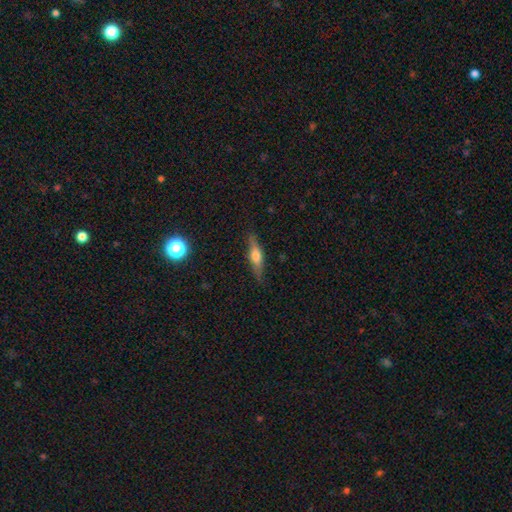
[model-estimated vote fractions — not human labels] smooth-or-featured: featured or disk: 50% | smooth: 43% | star or artifact: 7%
  merging: none: 85% | minor disturbance: 12% | major disturbance: 2% | merger: 1%